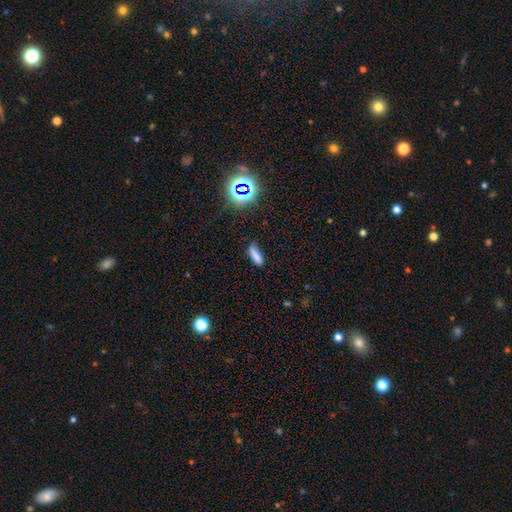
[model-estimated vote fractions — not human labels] This is likely a smooth galaxy (77%). How rounded: possibly cigar-shaped (58%). Merging: likely none (75%).